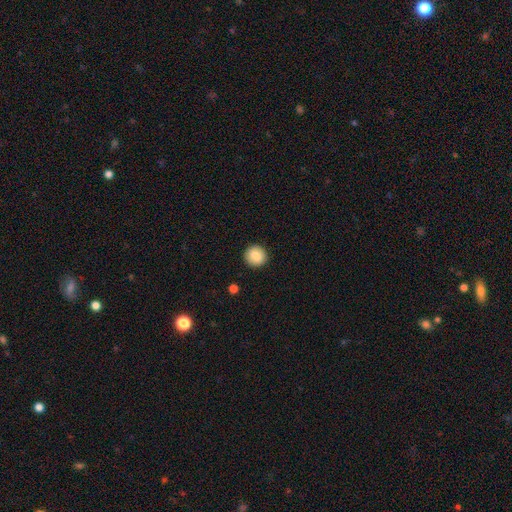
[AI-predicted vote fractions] smooth 87%, star or artifact 8%, featured or disk 5%. Down the decision tree: how rounded — round (91%); merging — none (91%).